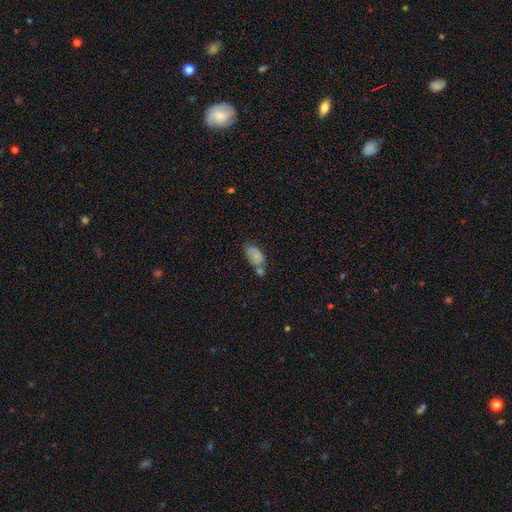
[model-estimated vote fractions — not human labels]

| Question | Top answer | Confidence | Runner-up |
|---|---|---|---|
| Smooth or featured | smooth | 77% | featured or disk (13%) |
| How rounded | in between | 92% | round (6%) |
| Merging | none | 38% | merger (33%) |